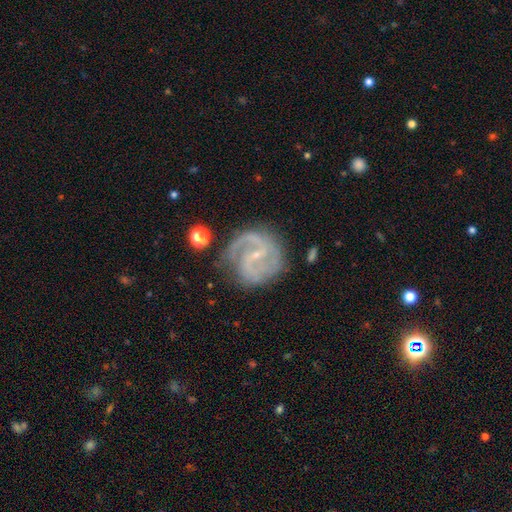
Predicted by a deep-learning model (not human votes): smooth_or_featured: featured or disk (p=0.89) [alt: smooth p=0.06]
disk_edge_on: no (p=0.98) [alt: yes p=0.02]
bar: weak (p=0.46) [alt: no p=0.33]
has_spiral_arms: yes (p=0.97) [alt: no p=0.03]
spiral_winding: medium (p=0.52) [alt: tight p=0.34]
spiral_arm_count: 2 (p=0.74) [alt: 3 p=0.10]
bulge_size: small (p=0.81) [alt: moderate p=0.12]
merging: none (p=0.71) [alt: minor disturbance p=0.19]